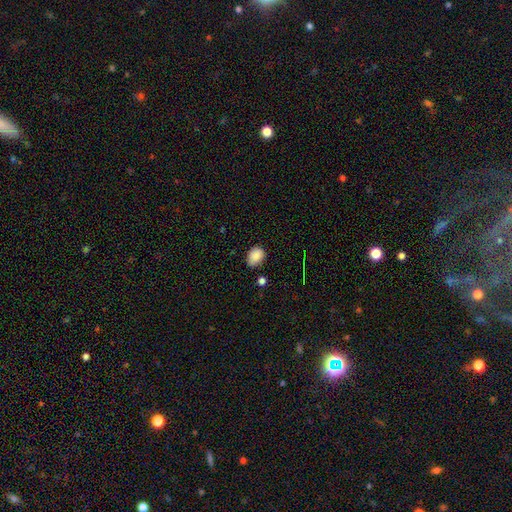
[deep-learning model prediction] Smooth or featured?
  - smooth: 85% *
  - star or artifact: 9%
  - featured or disk: 5%
How rounded?
  - in between: 65% *
  - round: 34%
  - cigar-shaped: 1%
Merging?
  - none: 72% *
  - minor disturbance: 22%
  - major disturbance: 4%
  - merger: 3%